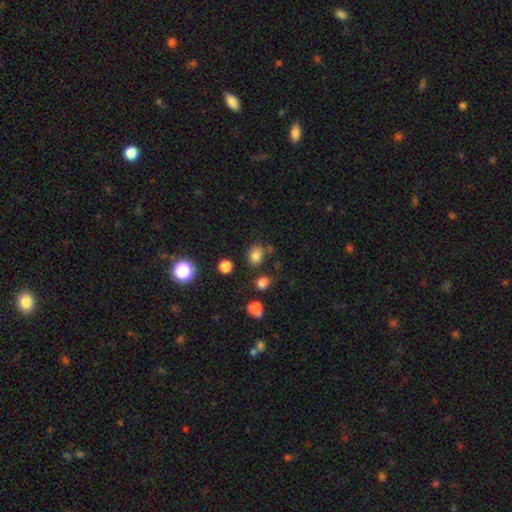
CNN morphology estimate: This appears to be a smooth galaxy with no disk features (80%) that is round (52%). Merging: none (74%).